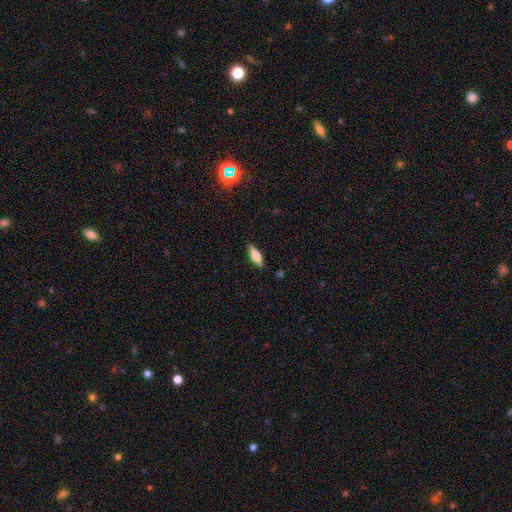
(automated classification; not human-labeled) The model was most divided on "how rounded": in between: 58%, cigar-shaped: 39%, round: 3%. More confident: merging — none (87%); smooth or featured — smooth (58%).